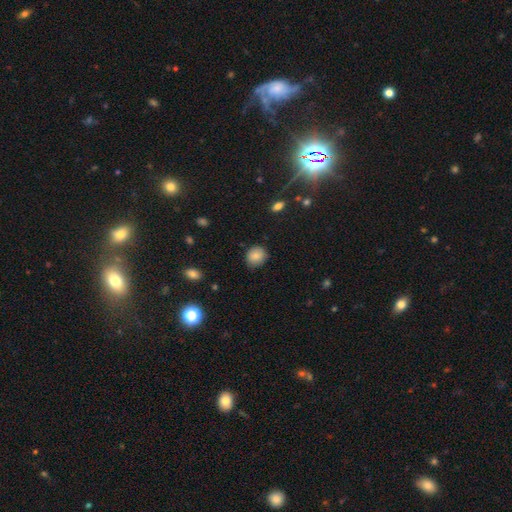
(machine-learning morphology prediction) smooth-or-featured: smooth: 83% | star or artifact: 10% | featured or disk: 7%
  how-rounded: round: 77% | in between: 22% | cigar-shaped: 1%
  merging: none: 83% | minor disturbance: 13% | major disturbance: 3% | merger: 1%